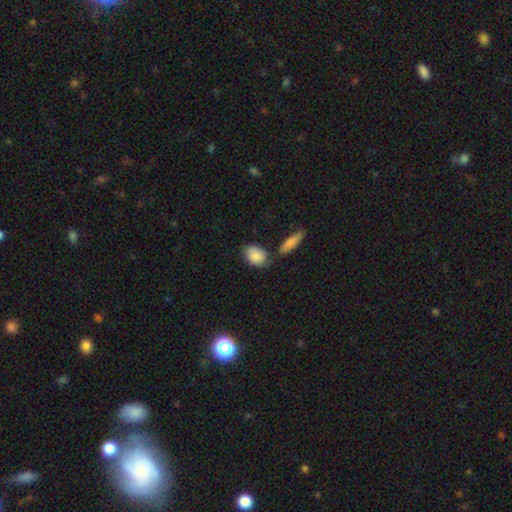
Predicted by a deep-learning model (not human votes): smooth 86%, featured or disk 7%, star or artifact 6%. Down the decision tree: how rounded — in between (80%); merging — none (58%).